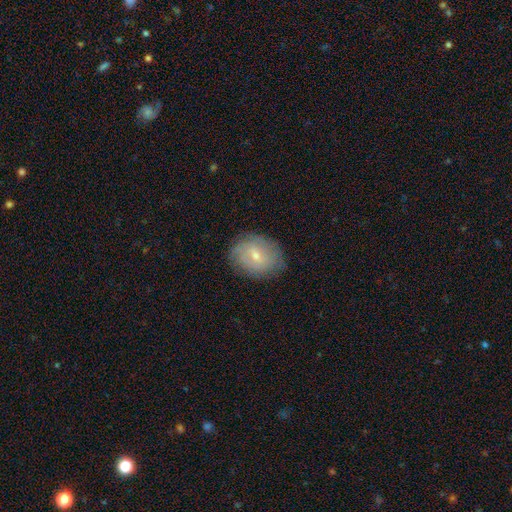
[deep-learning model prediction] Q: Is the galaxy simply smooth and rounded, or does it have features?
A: smooth — 47%.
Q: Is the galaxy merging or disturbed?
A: none — 80%.